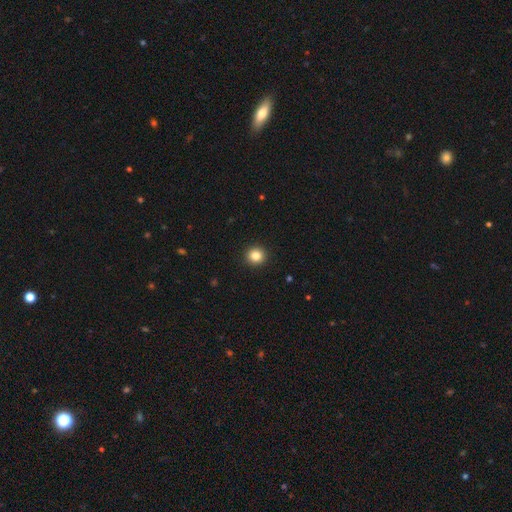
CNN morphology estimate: Overall: smooth (84%). How rounded: round (93%). Merging: none (93%).